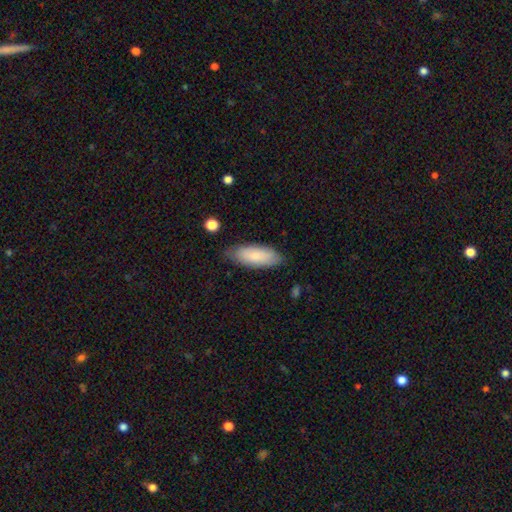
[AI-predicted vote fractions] smooth_or_featured: smooth (p=0.80) [alt: featured or disk p=0.14]
how_rounded: in between (p=0.74) [alt: cigar-shaped p=0.24]
merging: none (p=0.79) [alt: minor disturbance p=0.16]